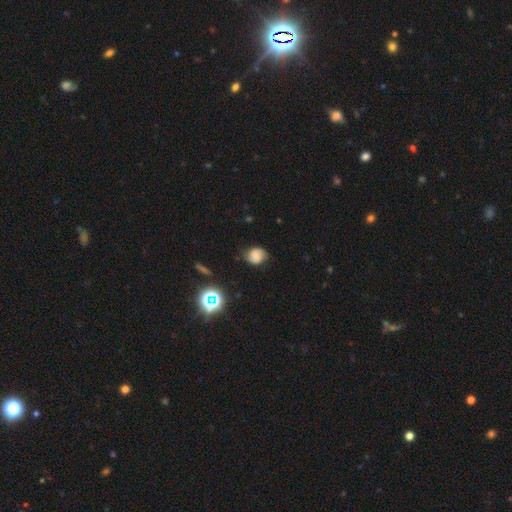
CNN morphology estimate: The model was most divided on "smooth or featured": smooth: 57%, featured or disk: 29%, star or artifact: 14%. More confident: merging — none (65%); how rounded — round (64%).